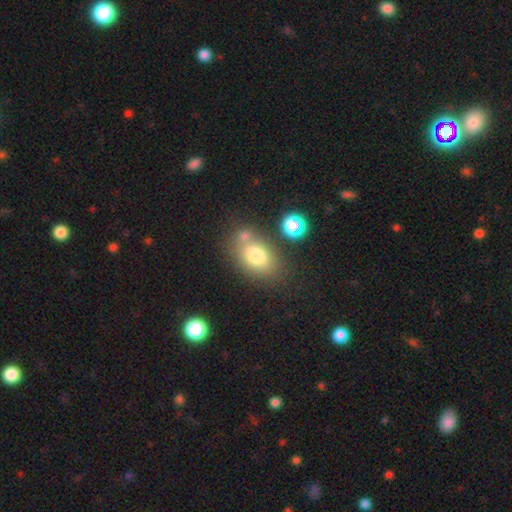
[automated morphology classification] smooth 76%, featured or disk 13%, star or artifact 11%. Down the decision tree: how rounded — in between (78%); merging — none (60%).